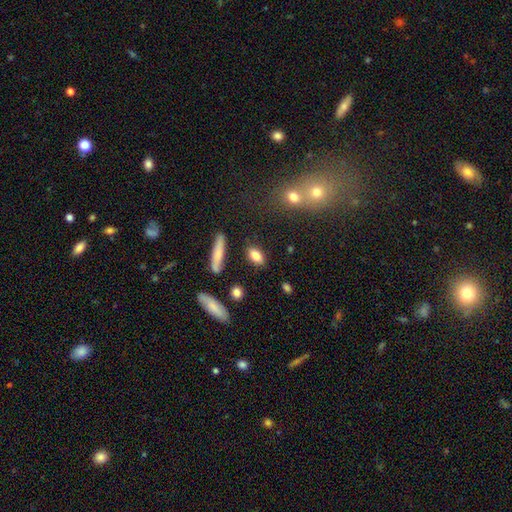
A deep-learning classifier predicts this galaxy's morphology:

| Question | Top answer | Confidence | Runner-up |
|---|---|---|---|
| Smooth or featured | smooth | 82% | featured or disk (10%) |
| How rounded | in between | 83% | cigar-shaped (9%) |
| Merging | none | 82% | minor disturbance (11%) |